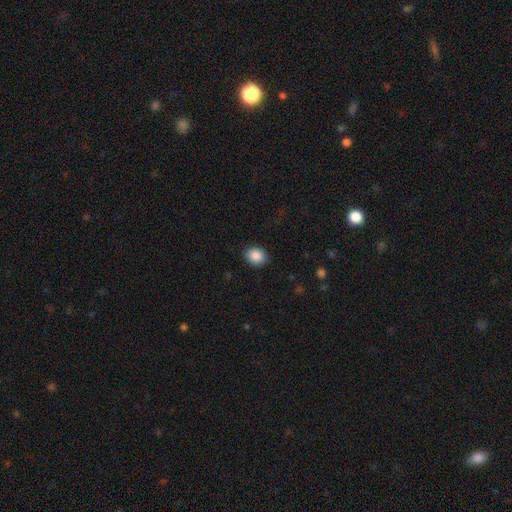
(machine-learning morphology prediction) Smooth or featured?
  - smooth: 89% *
  - star or artifact: 8%
  - featured or disk: 3%
How rounded?
  - round: 52% *
  - in between: 47%
  - cigar-shaped: 1%
Merging?
  - none: 88% *
  - minor disturbance: 8%
  - major disturbance: 2%
  - merger: 1%